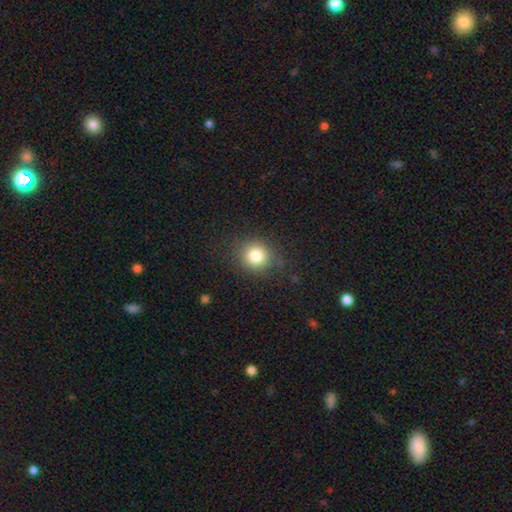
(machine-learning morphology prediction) Q: Smooth or featured?
A: smooth (82%); runner-up: star or artifact (12%)
Q: How rounded?
A: round (88%); runner-up: in between (11%)
Q: Merging?
A: none (86%); runner-up: minor disturbance (9%)